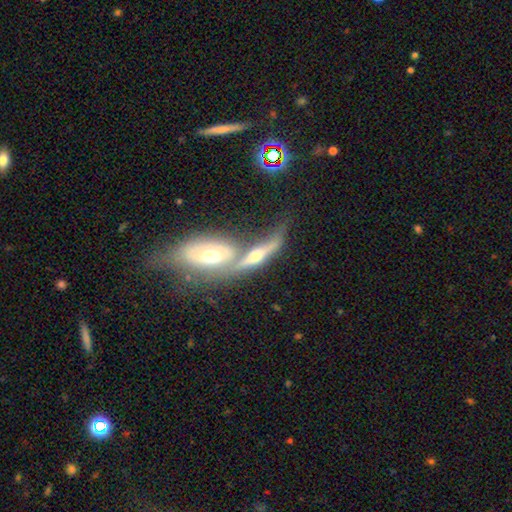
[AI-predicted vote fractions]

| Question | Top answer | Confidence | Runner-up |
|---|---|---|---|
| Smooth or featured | featured or disk | 68% | smooth (25%) |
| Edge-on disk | yes | 78% | no (22%) |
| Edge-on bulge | rounded | 91% | boxy (5%) |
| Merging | merger | 53% | none (29%) |